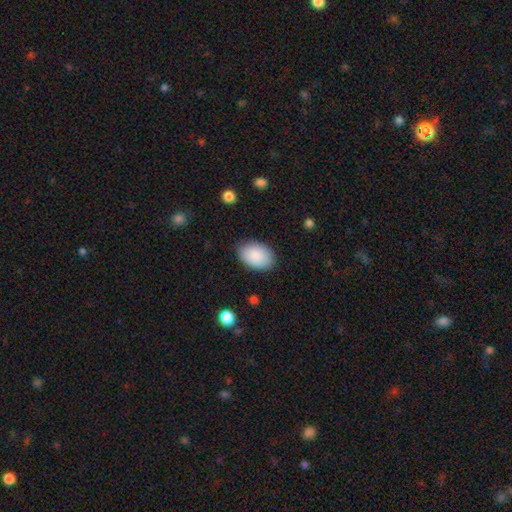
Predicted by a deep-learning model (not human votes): A smooth galaxy with no disk features (88%) that is in between round and cigar-shaped (90%).

Vote fractions:
- Smooth or featured? smooth: 88% / star or artifact: 6% / featured or disk: 6%
- How rounded? in between: 90% / round: 9% / cigar-shaped: 1%
- Merging? none: 85% / minor disturbance: 12% / major disturbance: 3% / merger: 1%